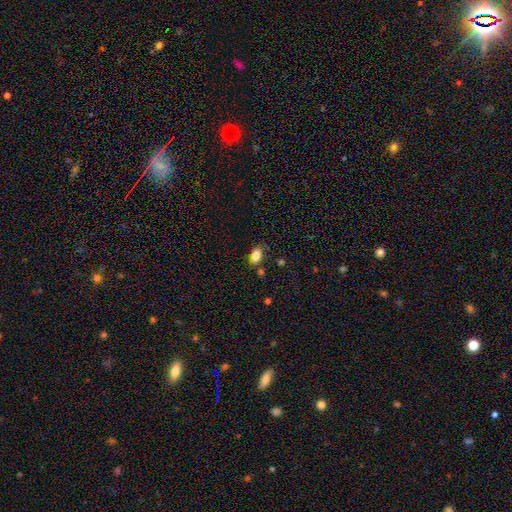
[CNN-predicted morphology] A smooth galaxy with no disk features (85%) that is in between round and cigar-shaped (90%).

Vote fractions:
- Smooth or featured? smooth: 85% / star or artifact: 9% / featured or disk: 6%
- How rounded? in between: 90% / round: 7% / cigar-shaped: 3%
- Merging? none: 79% / minor disturbance: 14% / merger: 4% / major disturbance: 3%